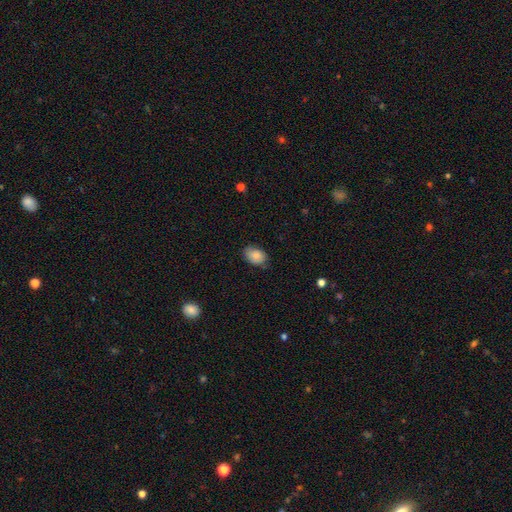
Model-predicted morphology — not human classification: smooth 85%, featured or disk 8%, star or artifact 7%. Down the decision tree: how rounded — in between (82%); merging — none (76%).